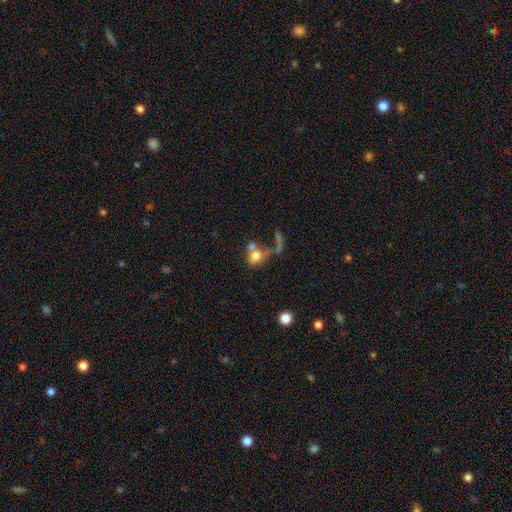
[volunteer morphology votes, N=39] Smooth or featured?
  - smooth: 82% *
  - featured or disk: 10%
  - star or artifact: 8%
How rounded?
  - round: 62% *
  - in between: 34%
  - cigar-shaped: 3%
Merging?
  - none: 36% *
  - merger: 33%
  - minor disturbance: 19%
  - major disturbance: 11%